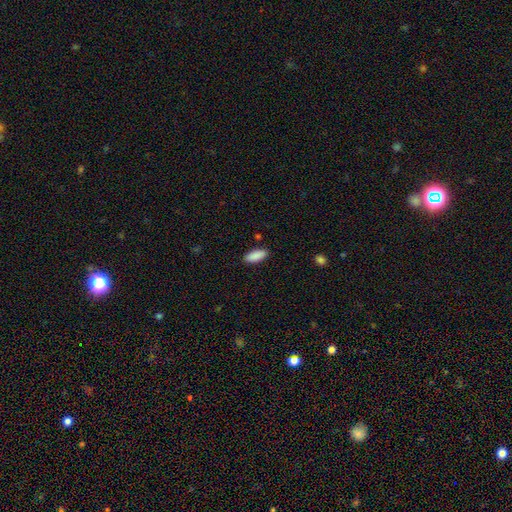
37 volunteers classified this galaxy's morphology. Smooth or featured? smooth (84%)
How rounded? in between (65%)
Merging? none (94%)